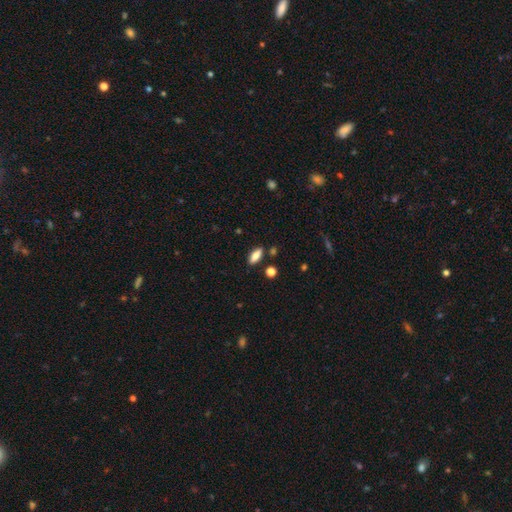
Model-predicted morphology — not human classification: A smooth galaxy with no disk features (80%) that is in between round and cigar-shaped (75%). Merging: none (84%).